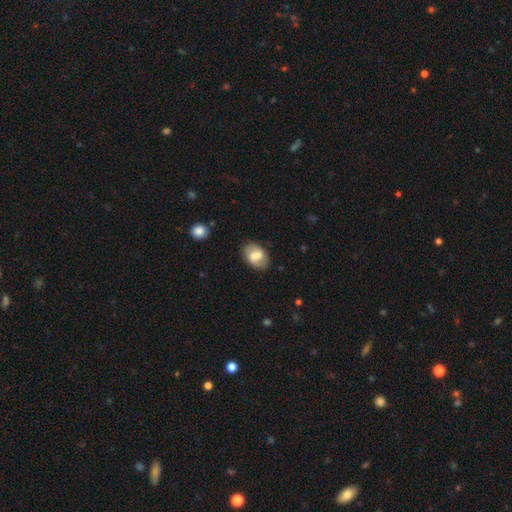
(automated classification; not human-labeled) Smooth or featured? Predicted: smooth (p=0.55). How rounded? Predicted: in between (p=0.84). Merging? Predicted: none (p=0.81).